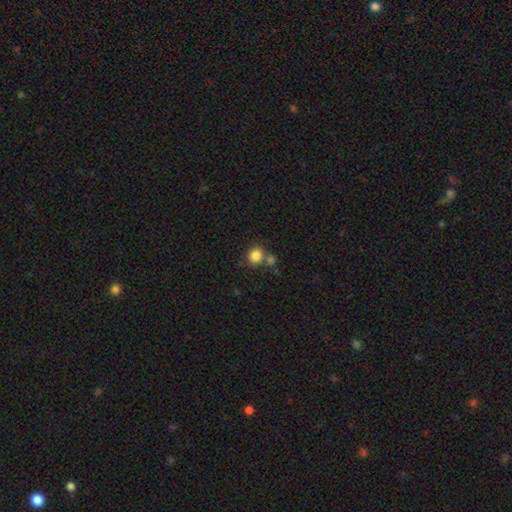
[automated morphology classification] type=smooth (84%); roundness=round (86%); merging=none (64%).